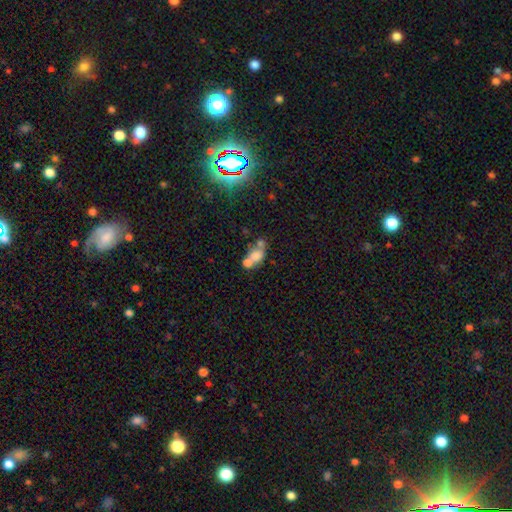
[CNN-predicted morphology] Smooth or featured: smooth — 65% (featured or disk — 22%)
How rounded: in between — 66% (round — 30%)
Merging: merger — 56% (none — 27%)